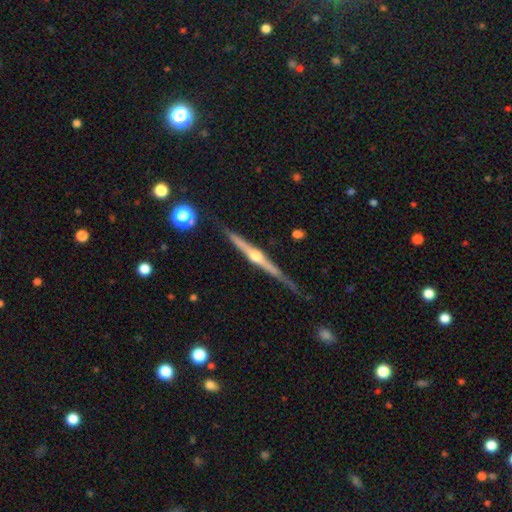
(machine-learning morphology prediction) type=featured or disk (85%); edge-on=yes (98%); edge-on bulge=rounded (94%); merging=none (79%).